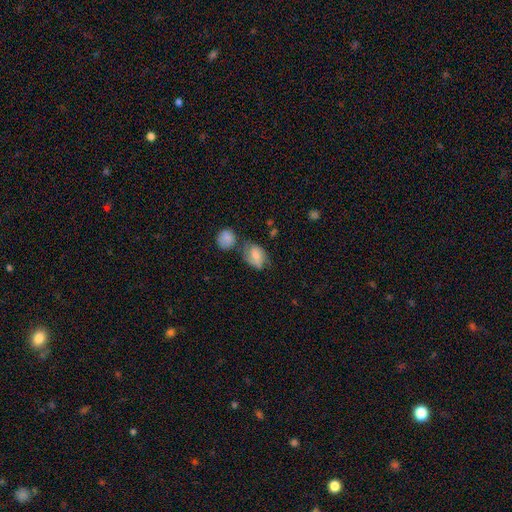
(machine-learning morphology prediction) Smooth or featured: smooth — 64% (featured or disk — 28%)
How rounded: in between — 75% (round — 23%)
Merging: none — 46% (minor disturbance — 25%)